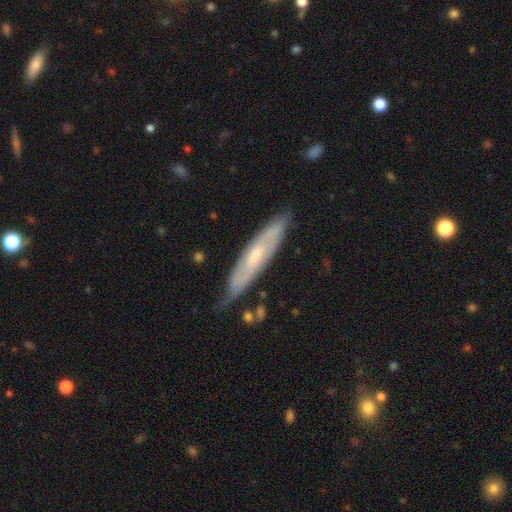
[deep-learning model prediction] Morphology: type=featured or disk (57%); edge-on=yes (55%); merging=none (74%).